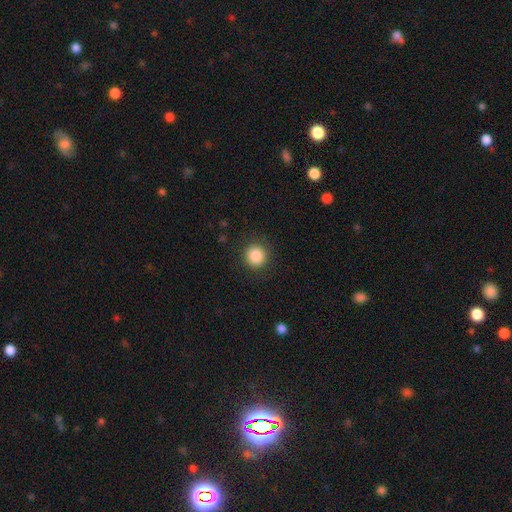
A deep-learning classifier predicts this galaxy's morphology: Smooth or featured: smooth — 86% (star or artifact — 9%)
How rounded: round — 93% (in between — 6%)
Merging: none — 89% (minor disturbance — 7%)